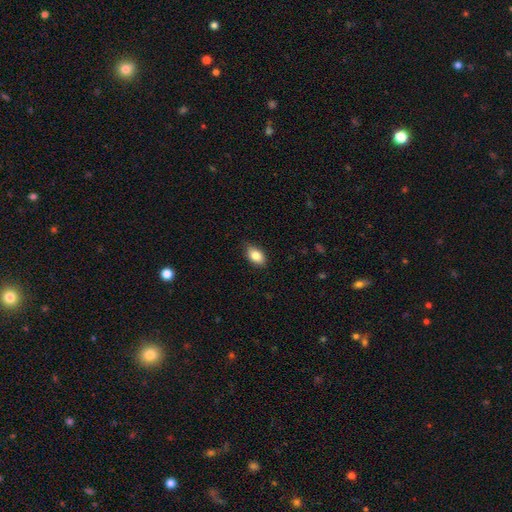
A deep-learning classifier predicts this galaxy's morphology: A smooth galaxy with no disk features (85%) that is in between round and cigar-shaped (90%).

Vote fractions:
- Smooth or featured? smooth: 85% / featured or disk: 8% / star or artifact: 7%
- How rounded? in between: 90% / round: 8% / cigar-shaped: 2%
- Merging? none: 82% / minor disturbance: 15% / major disturbance: 2% / merger: 1%